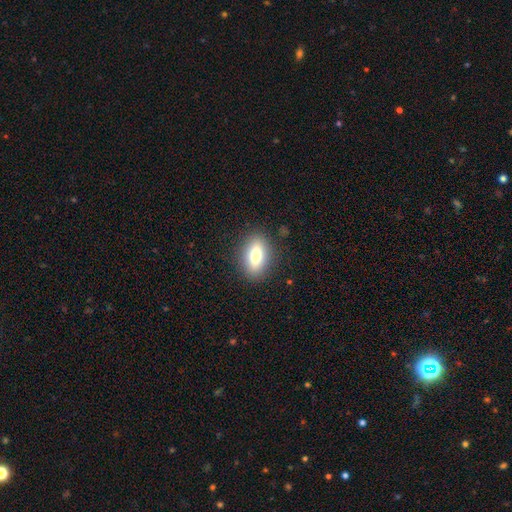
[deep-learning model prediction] smooth_or_featured: smooth (p=0.75) [alt: featured or disk p=0.16]
how_rounded: in between (p=0.83) [alt: cigar-shaped p=0.09]
merging: none (p=0.87) [alt: minor disturbance p=0.09]